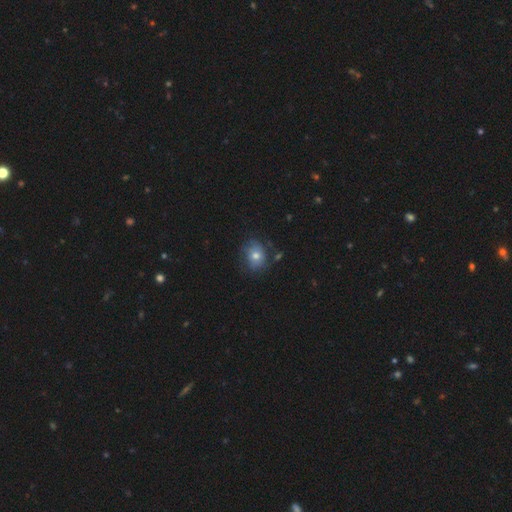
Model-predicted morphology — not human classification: Smooth or featured: smooth — 66% (featured or disk — 23%)
How rounded: round — 54% (in between — 45%)
Merging: none — 67% (minor disturbance — 22%)